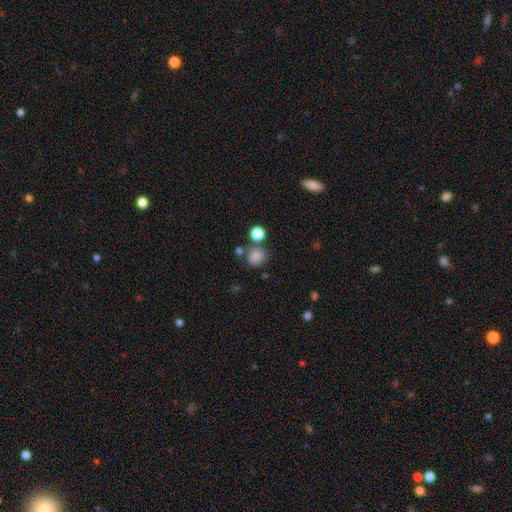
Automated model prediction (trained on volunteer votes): Q: Smooth or featured?
A: smooth (82%); runner-up: star or artifact (12%)
Q: How rounded?
A: round (77%); runner-up: in between (22%)
Q: Merging?
A: none (67%); runner-up: merger (14%)